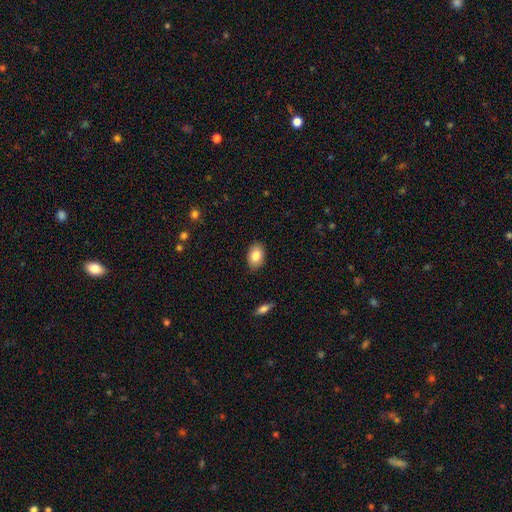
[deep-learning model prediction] Smooth or featured?
  - smooth: 84% *
  - featured or disk: 9%
  - star or artifact: 7%
How rounded?
  - in between: 88% *
  - round: 11%
  - cigar-shaped: 1%
Merging?
  - none: 89% *
  - minor disturbance: 8%
  - major disturbance: 2%
  - merger: 1%